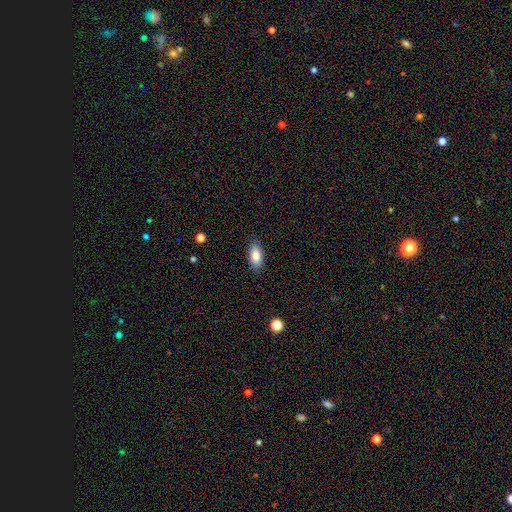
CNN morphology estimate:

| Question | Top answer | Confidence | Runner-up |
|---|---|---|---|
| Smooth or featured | smooth | 85% | featured or disk (8%) |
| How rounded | in between | 88% | cigar-shaped (9%) |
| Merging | none | 87% | minor disturbance (10%) |